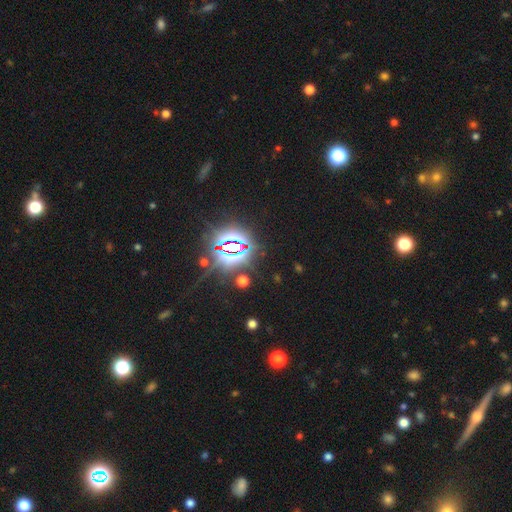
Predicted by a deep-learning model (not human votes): smooth_or_featured: star or artifact (p=0.85) [alt: smooth p=0.09]